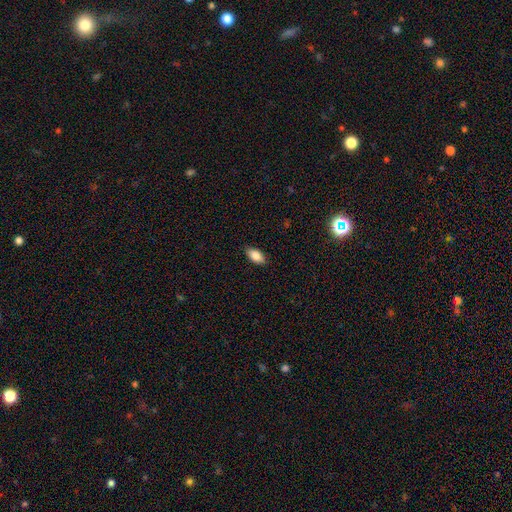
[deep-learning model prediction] Smooth or featured?
  - smooth: 84% *
  - featured or disk: 8%
  - star or artifact: 7%
How rounded?
  - in between: 90% *
  - cigar-shaped: 6%
  - round: 3%
Merging?
  - none: 88% *
  - minor disturbance: 9%
  - major disturbance: 2%
  - merger: 1%